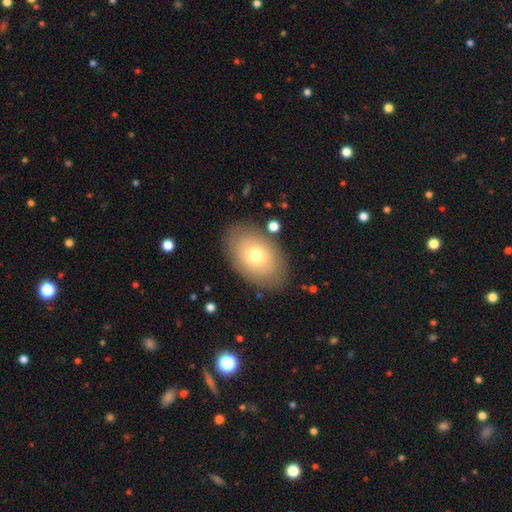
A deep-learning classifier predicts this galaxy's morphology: smooth_or_featured: smooth (p=0.70) [alt: featured or disk p=0.22]
how_rounded: in between (p=0.87) [alt: round p=0.12]
merging: none (p=0.83) [alt: minor disturbance p=0.11]